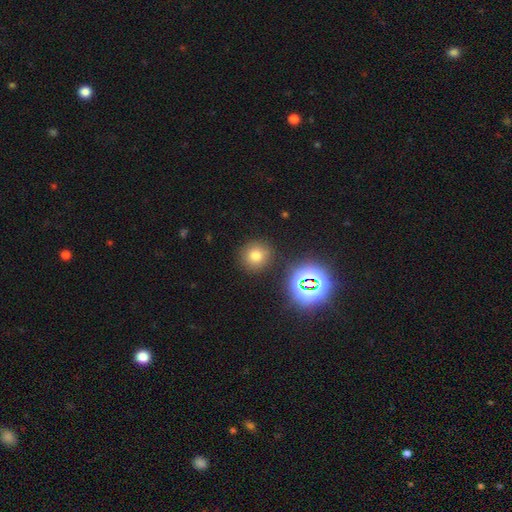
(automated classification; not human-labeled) Smooth or featured? smooth (71%)
How rounded? round (90%)
Merging? none (86%)